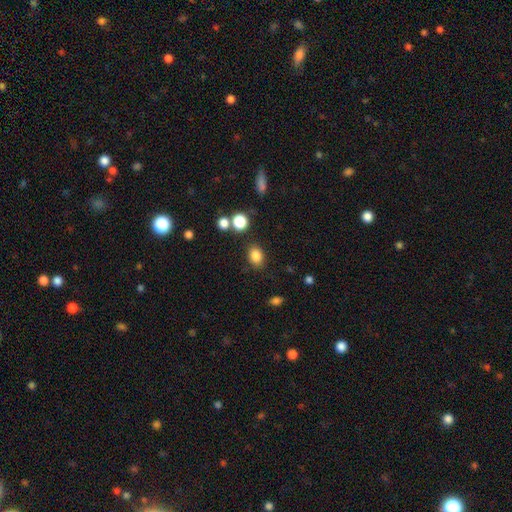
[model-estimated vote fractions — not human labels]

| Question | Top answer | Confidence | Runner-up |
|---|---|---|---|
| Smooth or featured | smooth | 84% | star or artifact (11%) |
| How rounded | in between | 62% | round (37%) |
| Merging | none | 81% | minor disturbance (11%) |